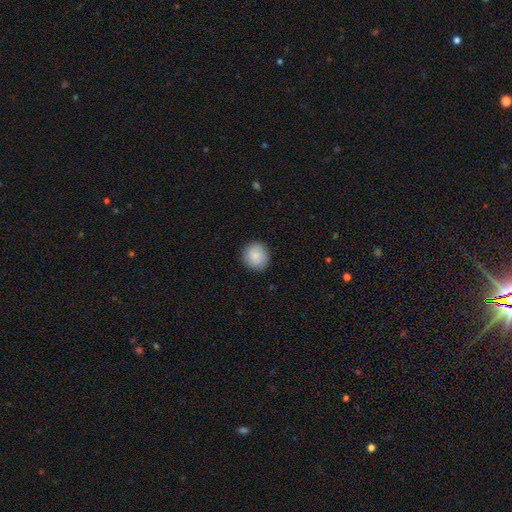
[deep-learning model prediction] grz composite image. It shows a smooth galaxy with no disk features (87%) that is round (88%). Merging: none (90%).